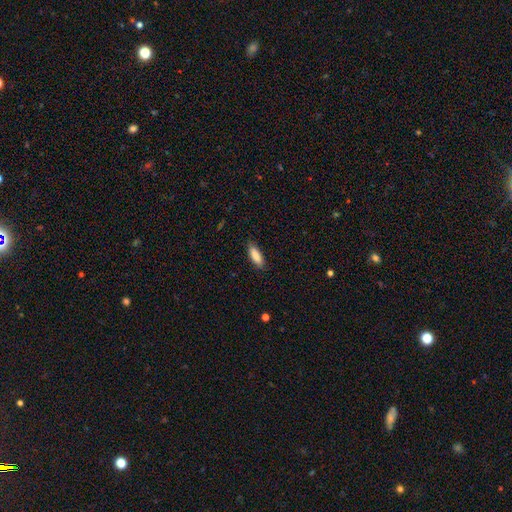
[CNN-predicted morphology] smooth_or_featured: smooth (p=0.87) [alt: featured or disk p=0.07]
how_rounded: in between (p=0.61) [alt: cigar-shaped p=0.37]
merging: none (p=0.85) [alt: minor disturbance p=0.12]